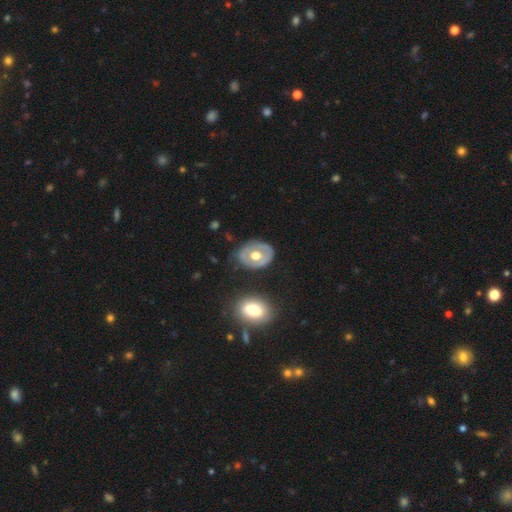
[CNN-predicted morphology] Smooth or featured: featured or disk — 52% (smooth — 43%)
Edge-on disk: no — 94% (yes — 6%)
Merging: none — 74% (minor disturbance — 17%)